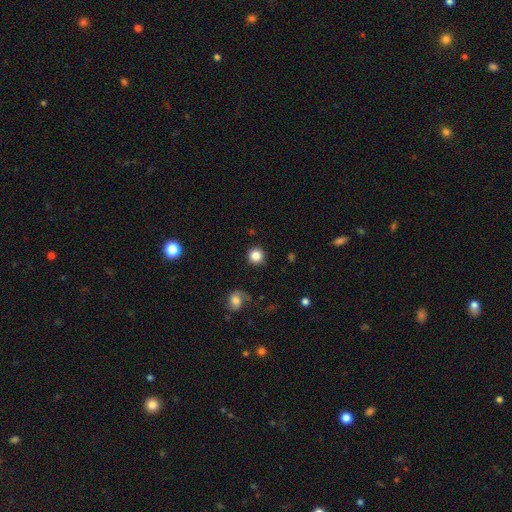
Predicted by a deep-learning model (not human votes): Morphology: type=smooth (83%); roundness=round (93%); merging=none (88%).